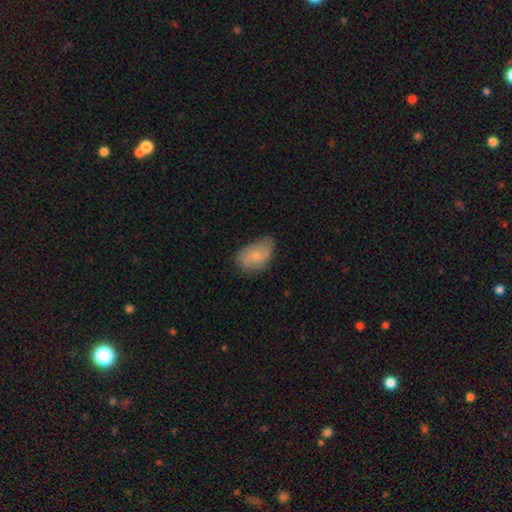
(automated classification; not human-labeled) This appears to be a smooth galaxy with no disk features (66%) that is in between round and cigar-shaped (88%). Merging: none (53%).